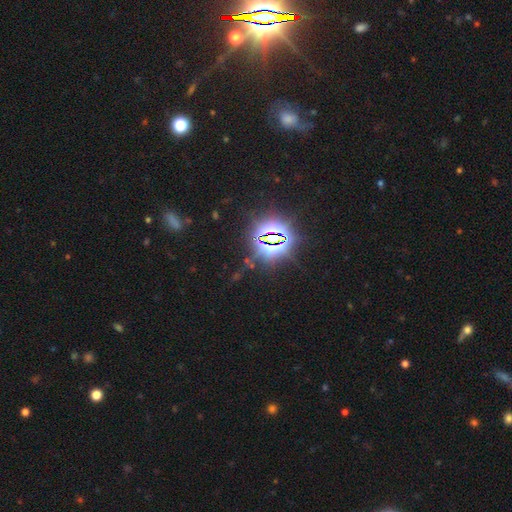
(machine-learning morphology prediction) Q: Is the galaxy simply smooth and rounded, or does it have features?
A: star or artifact — 83%.